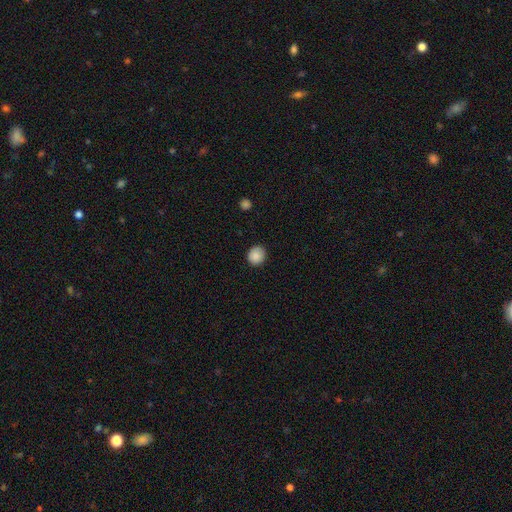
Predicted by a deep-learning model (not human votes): smooth 88%, star or artifact 8%, featured or disk 4%. Down the decision tree: how rounded — round (86%); merging — none (88%).